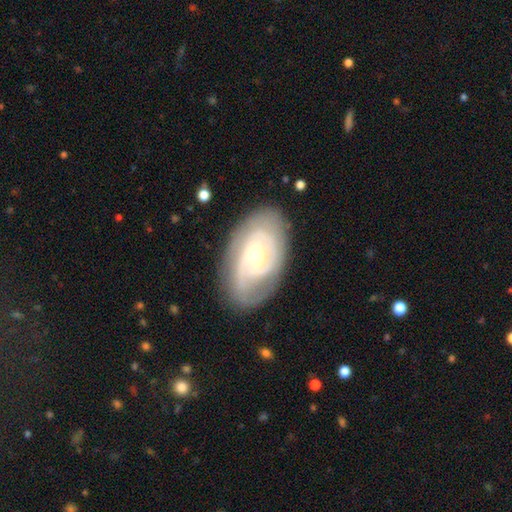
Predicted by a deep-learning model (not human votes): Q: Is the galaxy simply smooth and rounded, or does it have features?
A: featured or disk — 81%.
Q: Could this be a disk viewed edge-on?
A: no — 96%.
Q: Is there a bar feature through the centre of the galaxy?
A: weak — 47%.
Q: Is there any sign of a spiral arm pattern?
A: yes — 91%.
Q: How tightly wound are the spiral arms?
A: tight — 59%.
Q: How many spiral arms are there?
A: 2 — 38%.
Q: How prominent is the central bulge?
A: small — 56%.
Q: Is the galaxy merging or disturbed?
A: none — 76%.